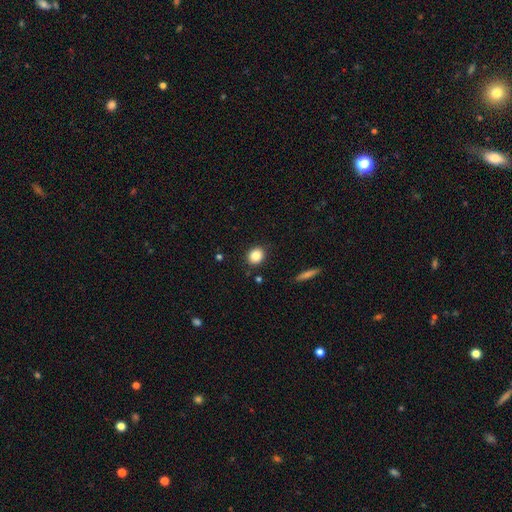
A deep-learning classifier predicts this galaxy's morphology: This is clearly a smooth galaxy (85%). How rounded: likely round (74%). Merging: clearly none (88%).